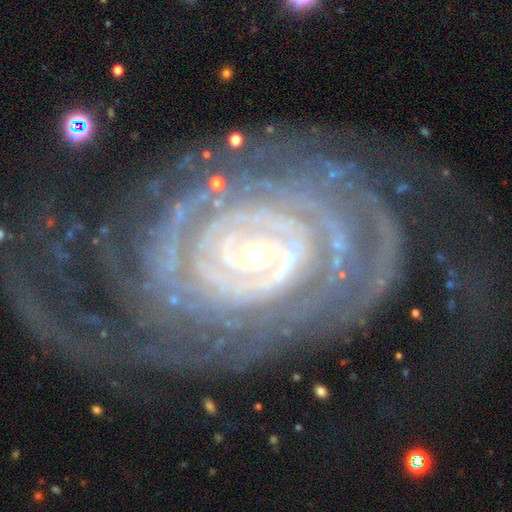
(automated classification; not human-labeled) Smooth or featured? Predicted: featured or disk (p=0.90). Edge-on disk? Predicted: no (p=0.97). Bar? Predicted: no (p=0.61). Spiral arms? Predicted: yes (p=0.97). Spiral winding? Predicted: tight (p=0.81). Spiral arm count? Predicted: can't tell (p=0.26). Bulge size? Predicted: small (p=0.79). Merging? Predicted: none (p=0.55).